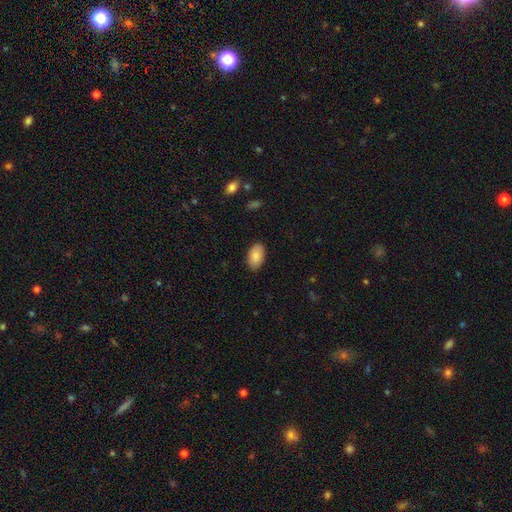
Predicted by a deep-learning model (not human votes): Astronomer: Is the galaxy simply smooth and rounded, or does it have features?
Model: smooth — 86%.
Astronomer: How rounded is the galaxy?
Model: in between — 94%.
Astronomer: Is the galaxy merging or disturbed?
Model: none — 86%.